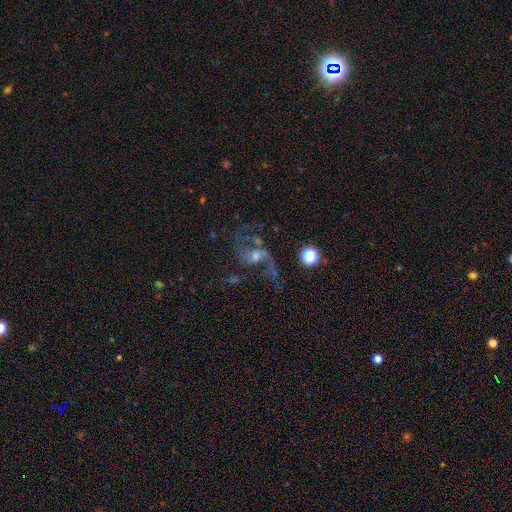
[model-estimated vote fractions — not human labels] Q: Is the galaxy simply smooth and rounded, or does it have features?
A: featured or disk — 76%.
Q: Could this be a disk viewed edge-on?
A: no — 97%.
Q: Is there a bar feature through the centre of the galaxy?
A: no — 48%.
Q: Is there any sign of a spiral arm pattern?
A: yes — 86%.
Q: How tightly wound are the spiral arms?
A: loose — 76%.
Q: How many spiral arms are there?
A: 2 — 74%.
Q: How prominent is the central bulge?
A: moderate — 43%.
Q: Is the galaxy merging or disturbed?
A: none — 42%.